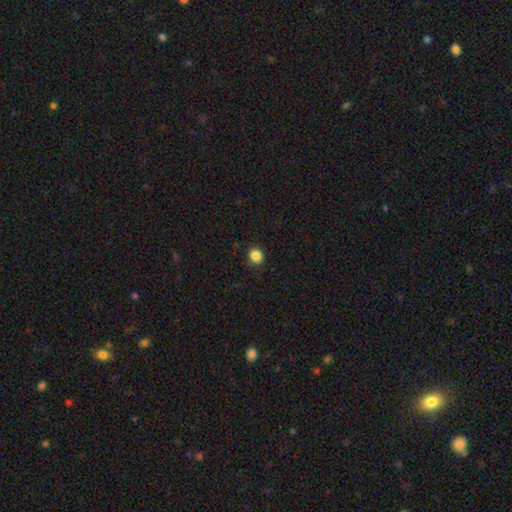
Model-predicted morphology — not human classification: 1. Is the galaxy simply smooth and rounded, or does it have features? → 86% smooth, 11% star or artifact, 4% featured or disk.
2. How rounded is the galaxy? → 78% round, 21% in between, 1% cigar-shaped.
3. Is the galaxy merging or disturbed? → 89% none, 8% minor disturbance, 2% major disturbance, 1% merger.